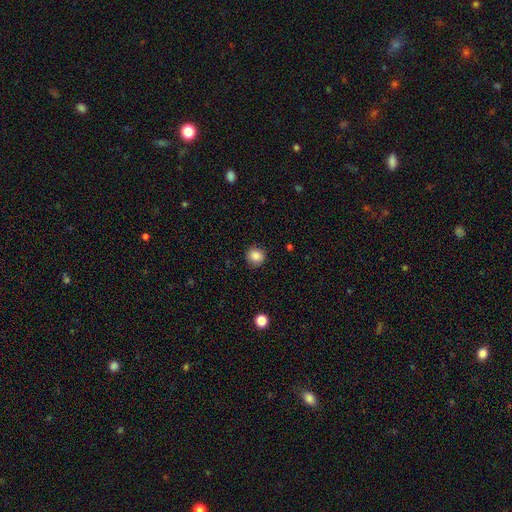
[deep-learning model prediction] Smooth or featured? smooth (85%)
How rounded? round (93%)
Merging? none (91%)